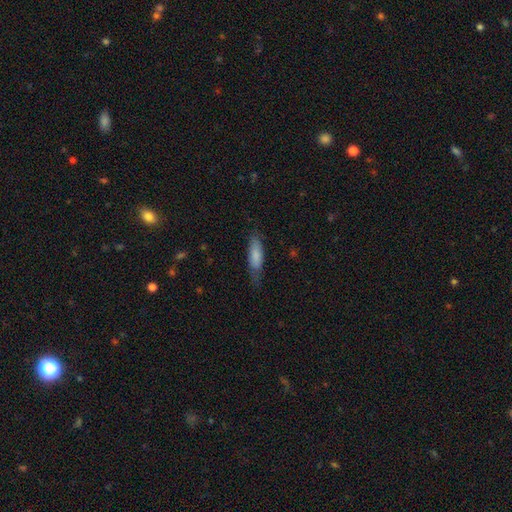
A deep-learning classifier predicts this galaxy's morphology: Smooth or featured? smooth (78%)
How rounded? cigar-shaped (53%)
Merging? none (67%)